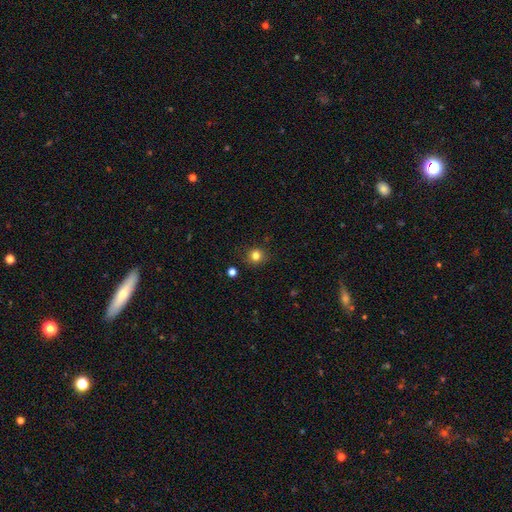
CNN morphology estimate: Q: Smooth or featured?
A: smooth (80%); runner-up: star or artifact (14%)
Q: How rounded?
A: round (89%); runner-up: in between (10%)
Q: Merging?
A: none (87%); runner-up: minor disturbance (9%)